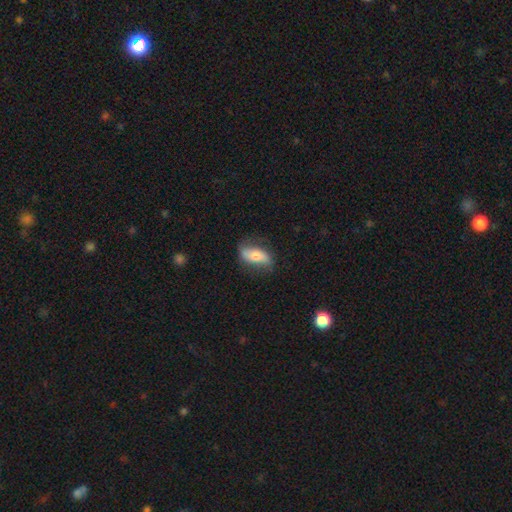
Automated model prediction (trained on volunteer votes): smooth 53%, featured or disk 40%, star or artifact 7%. Down the decision tree: how rounded — in between (78%); merging — none (71%).